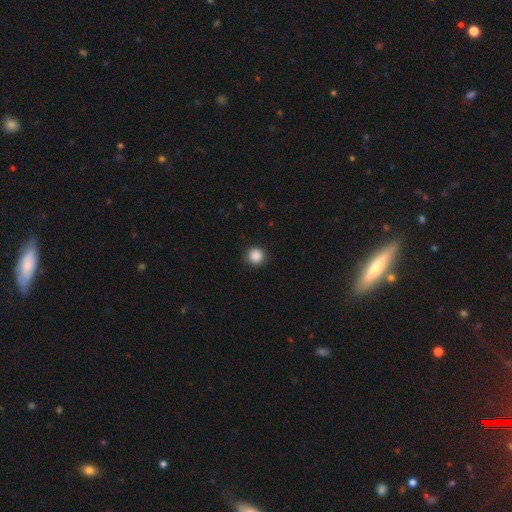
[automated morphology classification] A smooth galaxy with no disk features (88%) that is round (94%).

Vote fractions:
- Smooth or featured? smooth: 88% / star or artifact: 10% / featured or disk: 2%
- How rounded? round: 94% / in between: 5% / cigar-shaped: 1%
- Merging? none: 90% / minor disturbance: 7% / major disturbance: 2% / merger: 1%